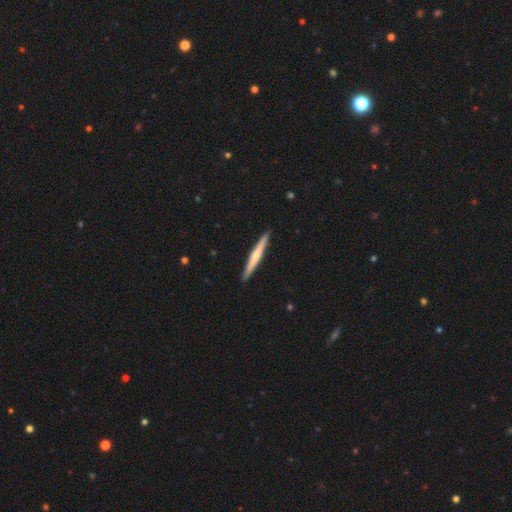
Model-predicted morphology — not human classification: Smooth or featured? Predicted: featured or disk (p=0.56). Edge-on disk? Predicted: yes (p=0.98). Edge-on bulge? Predicted: rounded (p=0.59). Merging? Predicted: none (p=0.92).